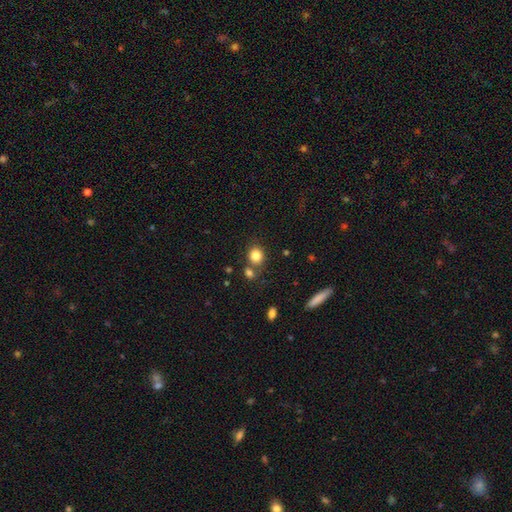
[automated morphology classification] A smooth galaxy with no disk features (82%) that is round (72%). Merging: none (66%).